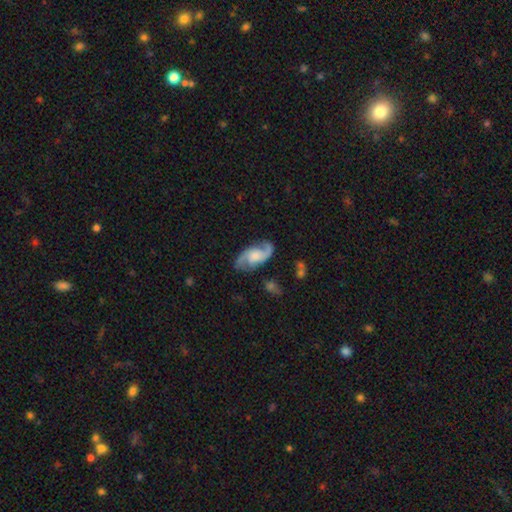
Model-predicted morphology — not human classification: The model was most divided on "bulge size": moderate: 36%, small: 27%, none: 19%, large: 16%, dominant: 2%. Remaining: spiral arms — yes (97%); edge-on disk — no (97%); spiral arm count — 2 (92%); smooth or featured — featured or disk (85%); merging — none (77%); bar — no (56%); spiral winding — medium (48%).